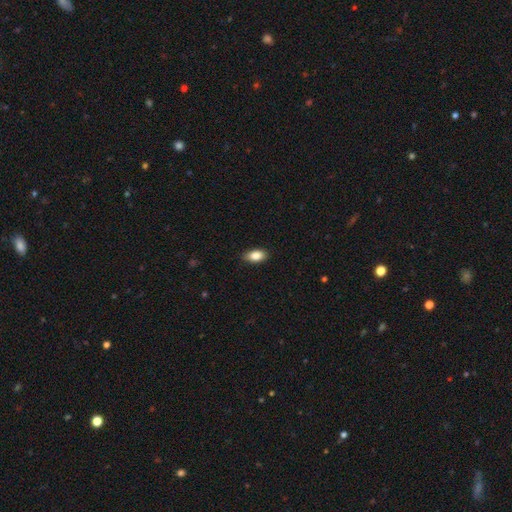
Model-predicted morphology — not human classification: This appears to be a smooth galaxy with no disk features (87%) that is in between round and cigar-shaped (91%). Merging: none (86%).